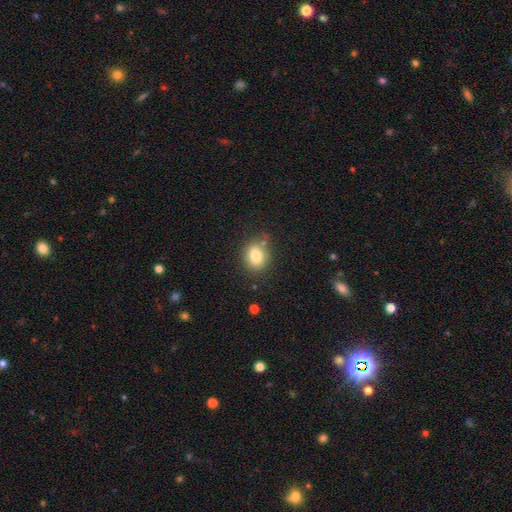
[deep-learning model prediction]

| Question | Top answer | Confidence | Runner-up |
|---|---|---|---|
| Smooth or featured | smooth | 82% | star or artifact (10%) |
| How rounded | in between | 50% | round (48%) |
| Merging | none | 75% | minor disturbance (16%) |